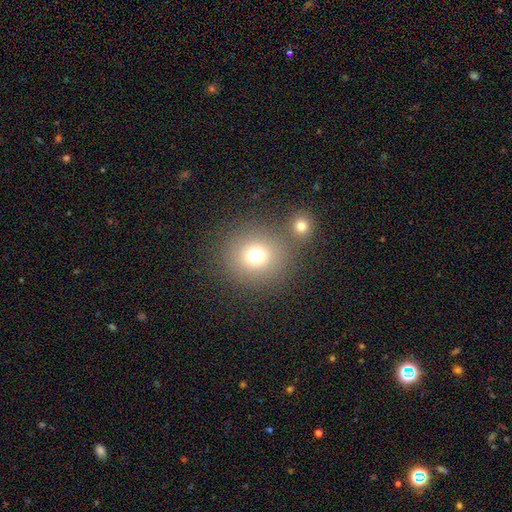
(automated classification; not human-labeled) This appears to be a smooth galaxy with no disk features (73%) that is round (90%). Merging: none (70%).